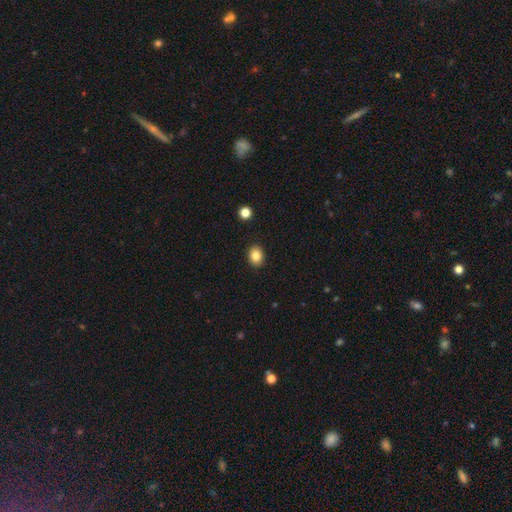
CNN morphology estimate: Q: Smooth or featured?
A: smooth (84%); runner-up: star or artifact (10%)
Q: How rounded?
A: in between (53%); runner-up: round (46%)
Q: Merging?
A: none (91%); runner-up: minor disturbance (6%)